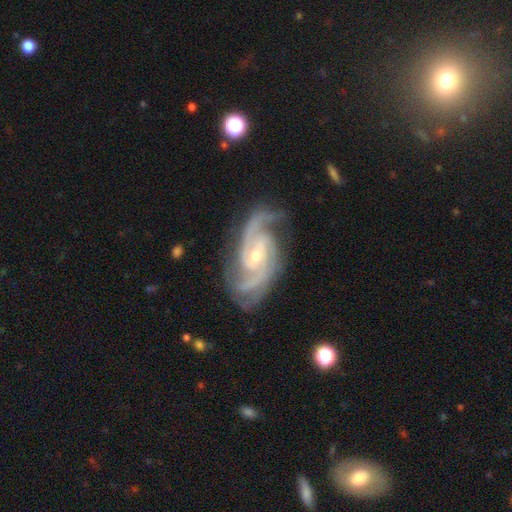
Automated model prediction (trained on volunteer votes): Overall: featured or disk (93%). Edge-on disk: no (97%). Bar: weak (41%; no 40%). Spiral arms: yes (99%). Spiral arm count: 2 (41%; 3 36%). Spiral winding: medium (50%; tight 41%). Bulge size: small (57%; moderate 40%). Merging: none (76%).